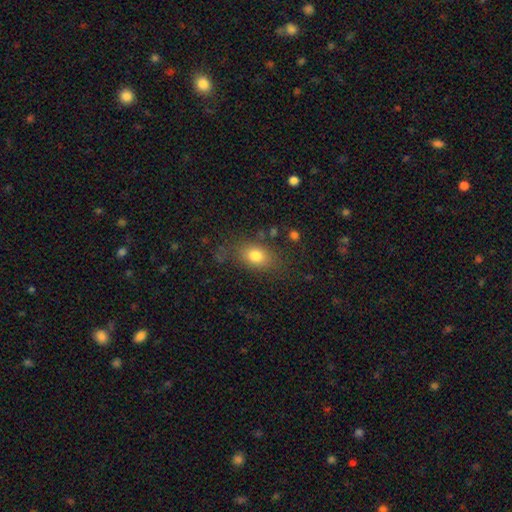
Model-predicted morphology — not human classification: smooth-or-featured: smooth: 79% | featured or disk: 11% | star or artifact: 10%
  how-rounded: in between: 76% | round: 22% | cigar-shaped: 3%
  merging: none: 73% | minor disturbance: 16% | major disturbance: 7% | merger: 3%